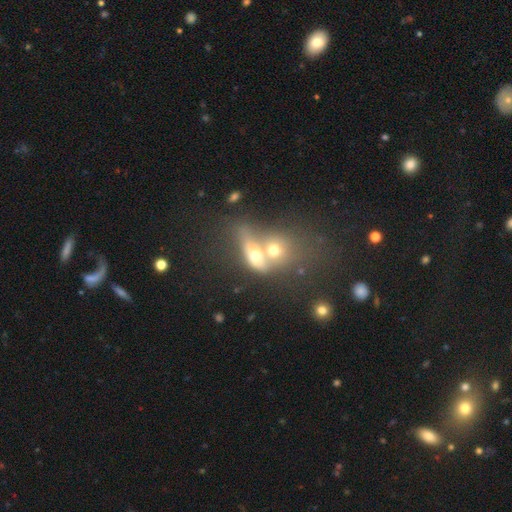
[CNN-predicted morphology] type=smooth (54%); roundness=in between (58%); merging=merger (72%).